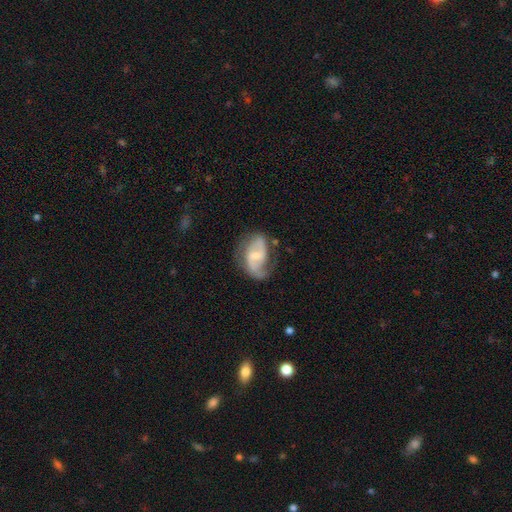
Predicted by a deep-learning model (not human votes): Smooth or featured: featured or disk — 76% (smooth — 18%)
Edge-on disk: no — 97% (yes — 3%)
Bar: weak — 51% (no — 33%)
Spiral arms: yes — 91% (no — 9%)
Spiral winding: medium — 45% (loose — 38%)
Spiral arm count: 2 — 75% (1 — 13%)
Bulge size: small — 47% (moderate — 35%)
Merging: none — 53% (minor disturbance — 26%)